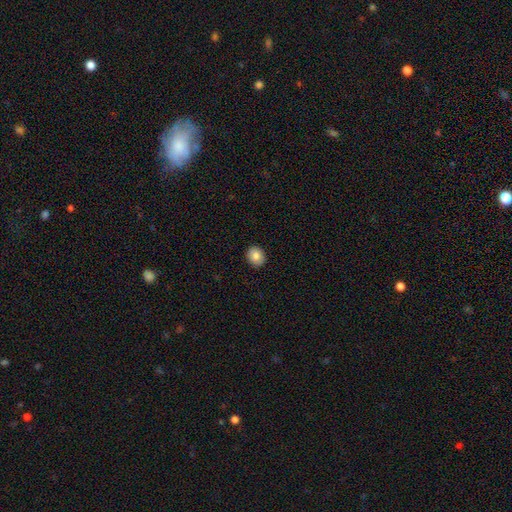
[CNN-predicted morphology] smooth_or_featured: smooth (p=0.83) [alt: featured or disk p=0.09]
how_rounded: round (p=0.64) [alt: in between p=0.35]
merging: none (p=0.92) [alt: minor disturbance p=0.06]